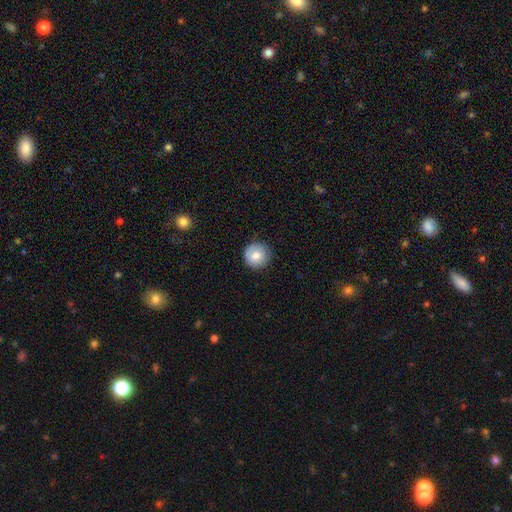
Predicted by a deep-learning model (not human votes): Morphology: type=smooth (78%); roundness=round (95%); merging=none (86%).